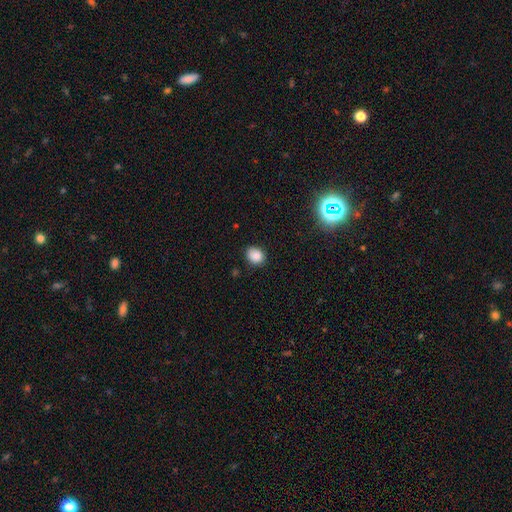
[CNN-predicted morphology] Smooth or featured?
  - smooth: 85% *
  - star or artifact: 10%
  - featured or disk: 5%
How rounded?
  - round: 60% *
  - in between: 40%
  - cigar-shaped: 1%
Merging?
  - none: 78% *
  - minor disturbance: 17%
  - major disturbance: 3%
  - merger: 2%